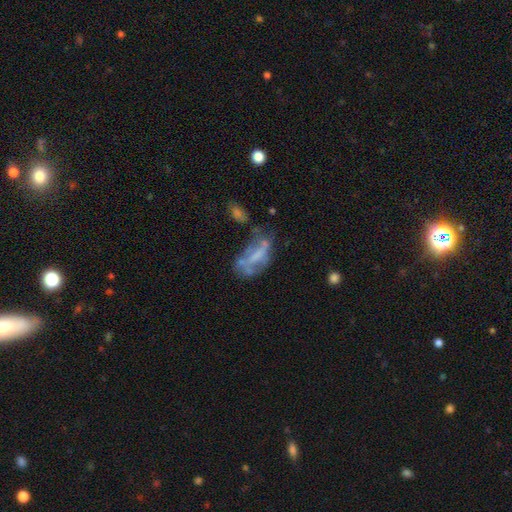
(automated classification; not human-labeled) Overall: featured or disk (55%; smooth 33%). Edge-on disk: no (93%). Bar: no (58%; weak 25%). Spiral arms: no (74%). Bulge size: none (61%). Merging: major disturbance (30%; none 29%).